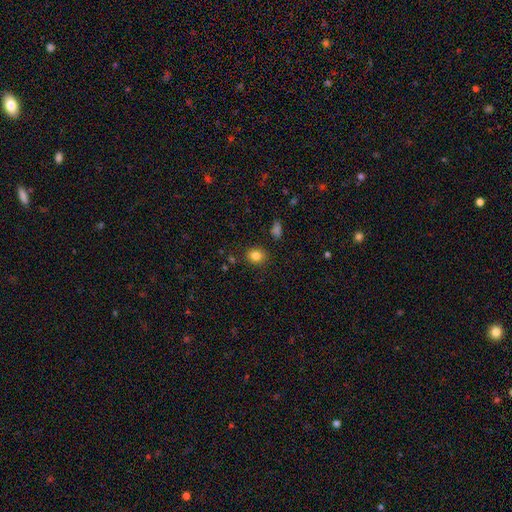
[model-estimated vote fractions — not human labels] Smooth or featured: smooth — 83% (star or artifact — 11%)
How rounded: round — 69% (in between — 30%)
Merging: none — 87% (minor disturbance — 9%)